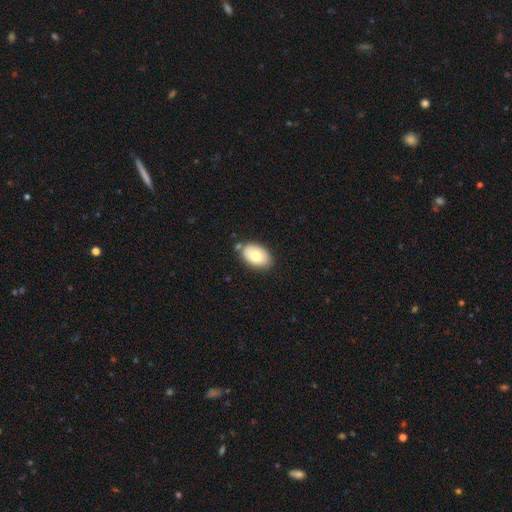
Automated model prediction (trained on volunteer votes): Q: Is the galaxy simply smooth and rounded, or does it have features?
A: smooth — 74%.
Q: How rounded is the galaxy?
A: in between — 87%.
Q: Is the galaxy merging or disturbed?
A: none — 76%.